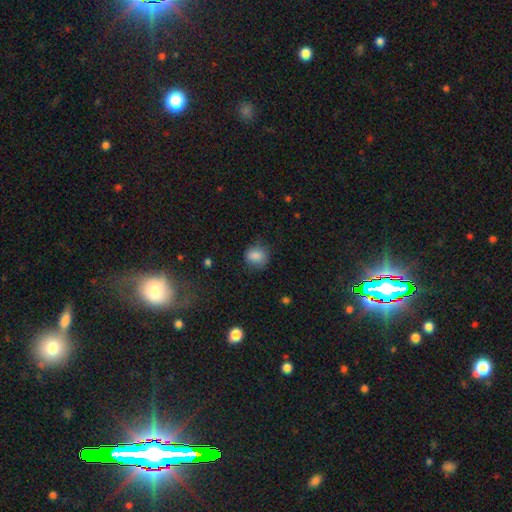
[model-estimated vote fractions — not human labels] Smooth or featured: smooth — 85% (star or artifact — 9%)
How rounded: round — 69% (in between — 30%)
Merging: none — 74% (minor disturbance — 19%)